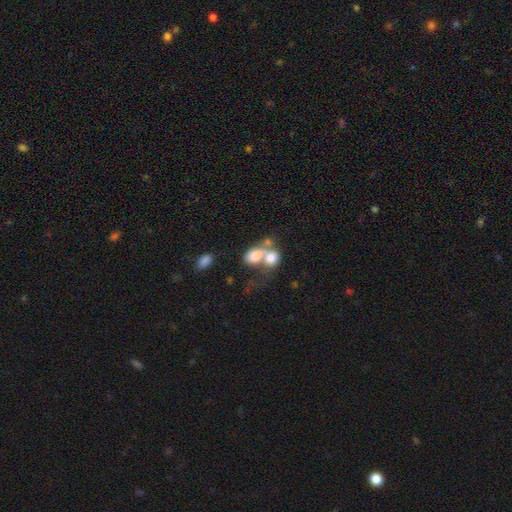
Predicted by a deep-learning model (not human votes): Overall: smooth (69%). How rounded: in between (63%; round 36%). Merging: merger (74%).